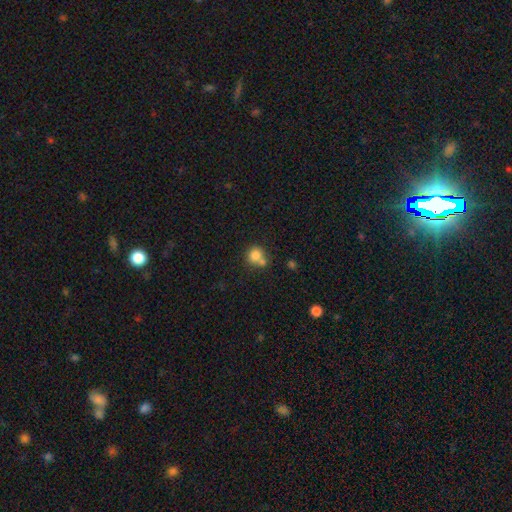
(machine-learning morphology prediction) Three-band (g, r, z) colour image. It shows a smooth galaxy with no disk features (80%) that is round (84%). Merging: none (49%).